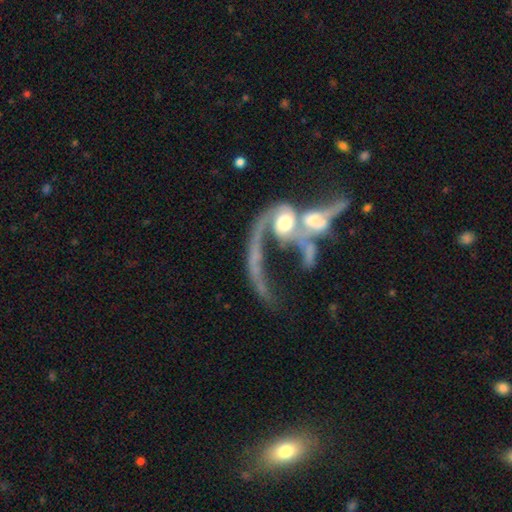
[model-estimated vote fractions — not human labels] This is likely a featured or disk galaxy (75%). It is clearly not viewed edge-on (91%). Bar: likely no (64%). Spiral arm pattern: likely yes (72%). Central bulge: possibly moderate (49%). Merging: likely merger (67%).